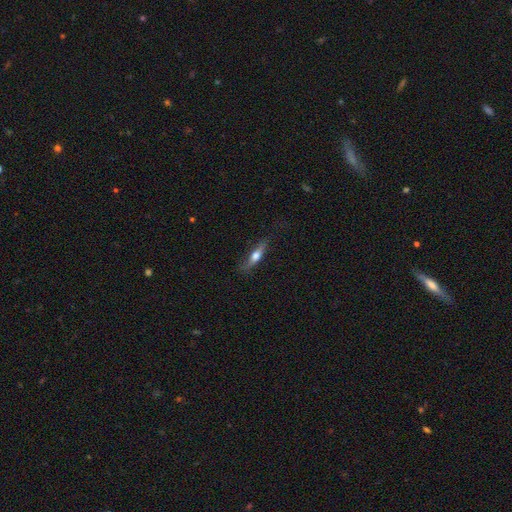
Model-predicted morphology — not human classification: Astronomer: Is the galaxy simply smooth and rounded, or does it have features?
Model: smooth — 51% (runner-up: featured or disk, 43%).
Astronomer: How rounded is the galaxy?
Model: cigar-shaped — 75%.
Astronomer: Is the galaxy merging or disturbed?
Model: none — 74%.